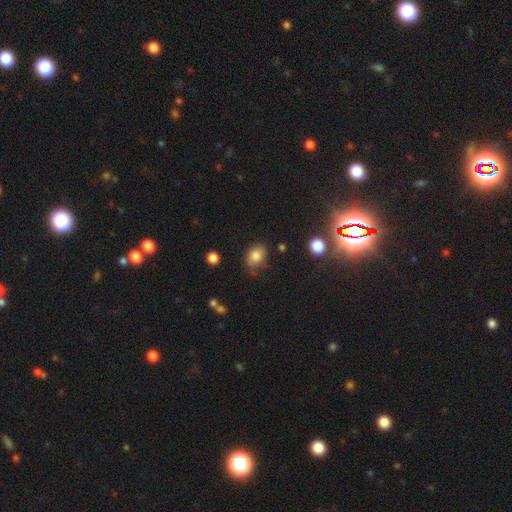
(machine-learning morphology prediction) The model was most divided on "merging": none: 60%, minor disturbance: 28%, major disturbance: 8%, merger: 3%. More confident: smooth or featured — smooth (79%); how rounded — in between (73%).